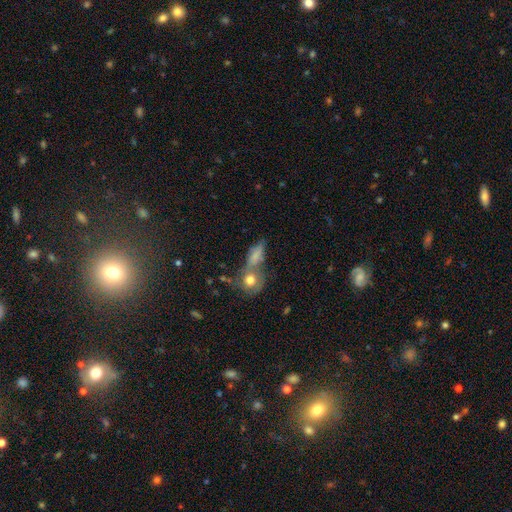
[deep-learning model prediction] smooth 68%, featured or disk 23%, star or artifact 10%. Down the decision tree: how rounded — in between (61%); merging — merger (48%).